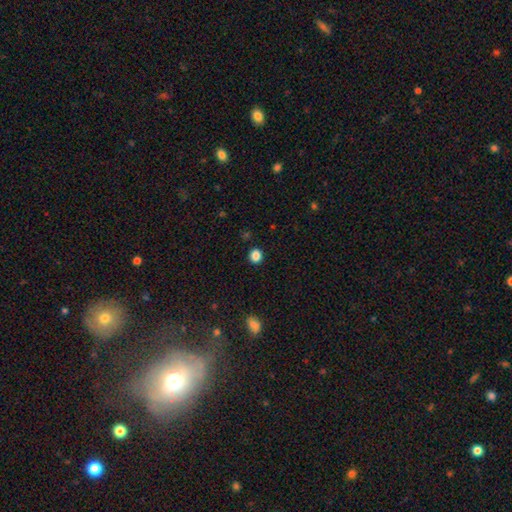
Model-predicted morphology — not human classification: A smooth galaxy with no disk features (85%) that is round (84%). Merging: none (91%).